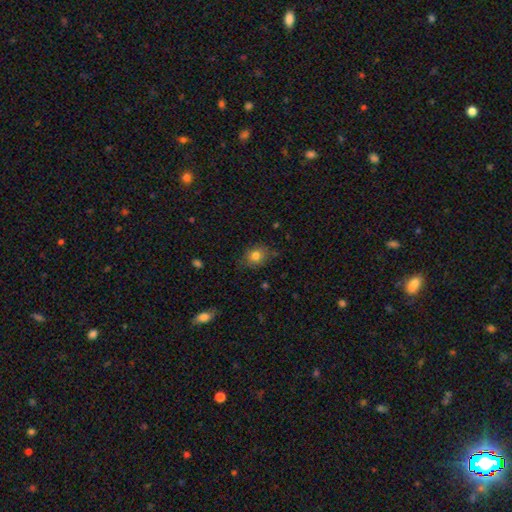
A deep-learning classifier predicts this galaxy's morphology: smooth-or-featured: smooth: 80% | star or artifact: 11% | featured or disk: 9%
  how-rounded: round: 58% | in between: 41% | cigar-shaped: 1%
  merging: none: 78% | minor disturbance: 17% | major disturbance: 3% | merger: 2%